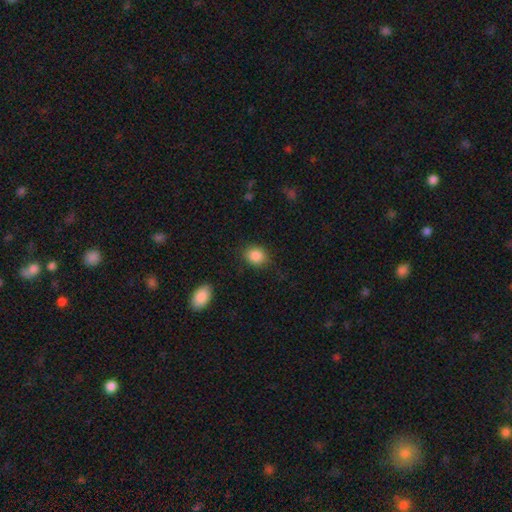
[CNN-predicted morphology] Smooth or featured?
  - smooth: 87% *
  - star or artifact: 9%
  - featured or disk: 4%
How rounded?
  - round: 56% *
  - in between: 43%
  - cigar-shaped: 1%
Merging?
  - none: 83% *
  - minor disturbance: 12%
  - major disturbance: 4%
  - merger: 2%